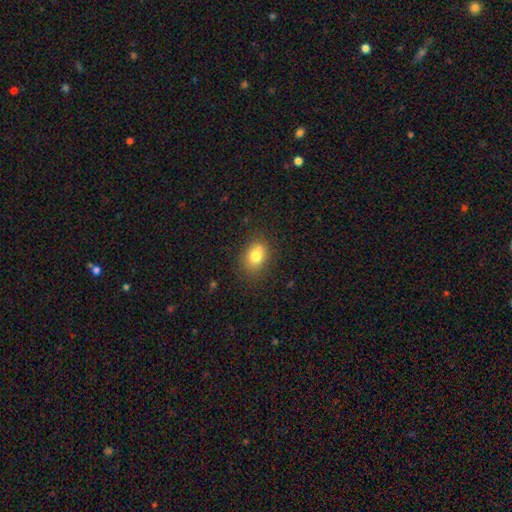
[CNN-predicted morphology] The model was most divided on "how rounded": in between: 66%, round: 33%, cigar-shaped: 1%. More confident: smooth or featured — smooth (78%); merging — none (73%).